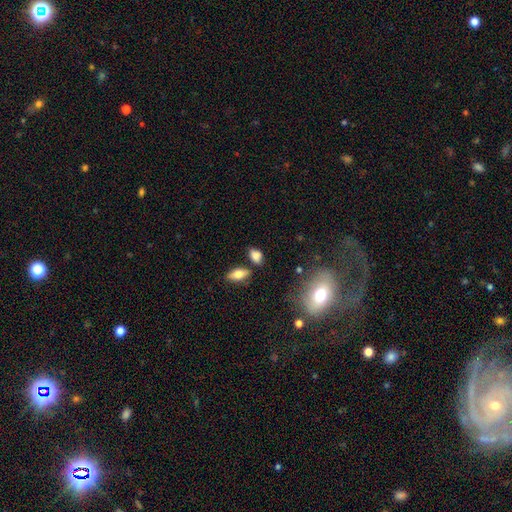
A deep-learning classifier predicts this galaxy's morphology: smooth 79%, featured or disk 11%, star or artifact 10%. Down the decision tree: how rounded — in between (82%); merging — none (68%).